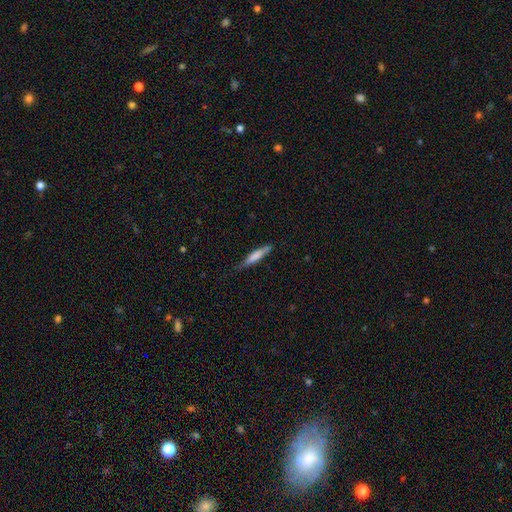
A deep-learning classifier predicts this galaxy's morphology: Smooth or featured?
  - smooth: 67% *
  - featured or disk: 27%
  - star or artifact: 6%
How rounded?
  - cigar-shaped: 88% *
  - in between: 11%
  - round: 1%
Merging?
  - none: 70% *
  - minor disturbance: 24%
  - major disturbance: 4%
  - merger: 2%